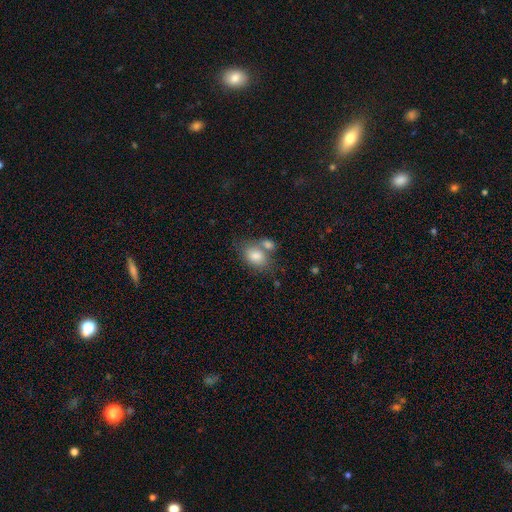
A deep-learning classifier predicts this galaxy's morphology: A smooth galaxy with no disk features (80%) that is in between round and cigar-shaped (74%).

Vote fractions:
- Smooth or featured? smooth: 80% / featured or disk: 11% / star or artifact: 8%
- How rounded? in between: 74% / round: 25% / cigar-shaped: 1%
- Merging? none: 43% / merger: 37% / minor disturbance: 14% / major disturbance: 5%